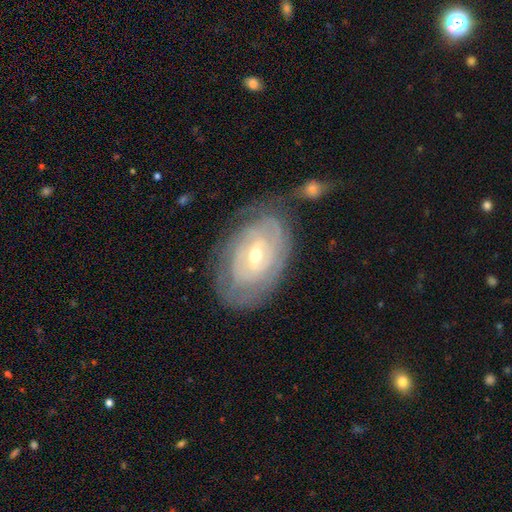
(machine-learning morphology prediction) featured or disk 81%, smooth 14%, star or artifact 6%. Down the decision tree: edge-on disk — no (94%); bar — weak (49%); spiral arms — yes (83%); spiral arm count — can't tell (55%); spiral winding — tight (78%); bulge size — moderate (55%); merging — none (66%).